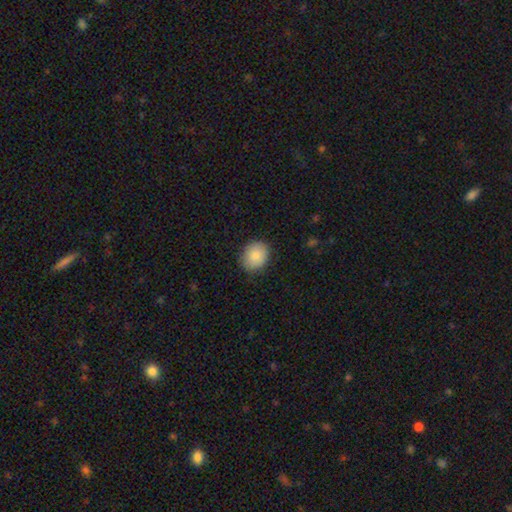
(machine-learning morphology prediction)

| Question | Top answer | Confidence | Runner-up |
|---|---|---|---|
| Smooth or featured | smooth | 87% | star or artifact (7%) |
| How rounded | round | 62% | in between (37%) |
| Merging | none | 86% | minor disturbance (11%) |